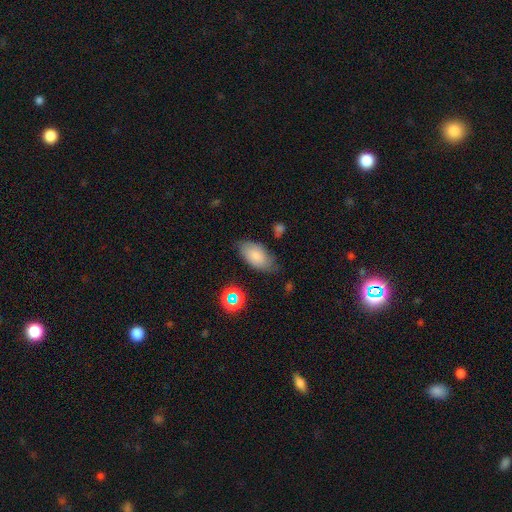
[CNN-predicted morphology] Overall: smooth (77%). How rounded: in between (93%). Merging: none (67%).